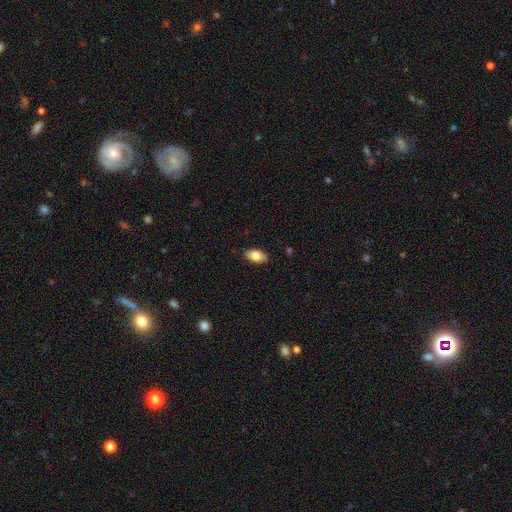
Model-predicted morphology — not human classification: The model was most divided on "smooth or featured": smooth: 81%, featured or disk: 12%, star or artifact: 7%. More confident: how rounded — in between (93%); merging — none (88%).